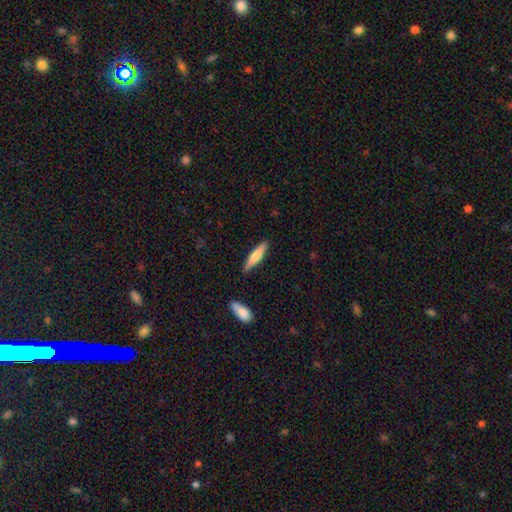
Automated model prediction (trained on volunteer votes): A smooth galaxy with no disk features (70%) that is cigar-shaped (82%). Merging: none (87%).